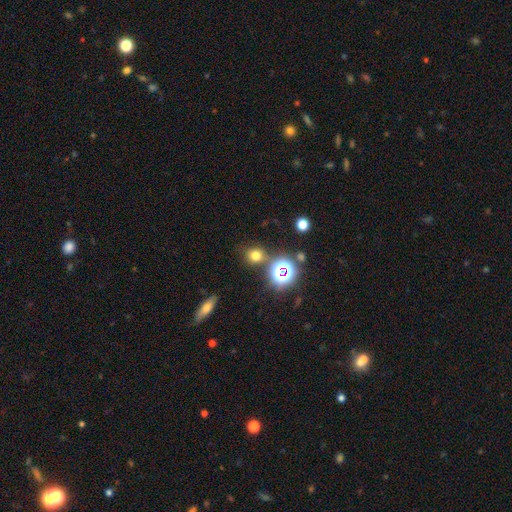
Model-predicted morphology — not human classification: Smooth or featured?
  - smooth: 65% *
  - star or artifact: 28%
  - featured or disk: 7%
How rounded?
  - round: 83% *
  - in between: 16%
  - cigar-shaped: 1%
Merging?
  - none: 80% *
  - minor disturbance: 9%
  - merger: 8%
  - major disturbance: 4%